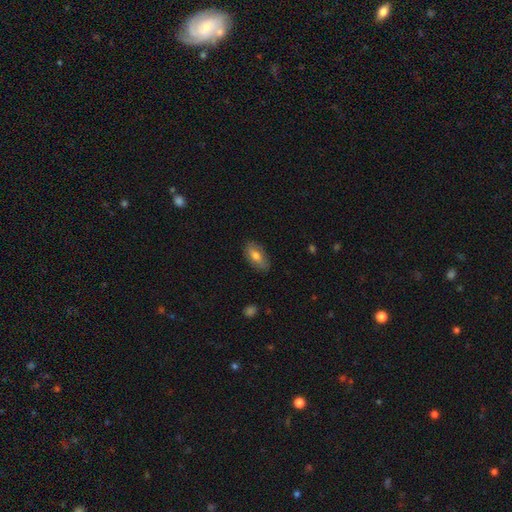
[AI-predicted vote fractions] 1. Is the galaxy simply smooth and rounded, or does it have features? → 69% smooth, 25% featured or disk, 7% star or artifact.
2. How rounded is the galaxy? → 90% in between, 6% cigar-shaped, 4% round.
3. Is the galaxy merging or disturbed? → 81% none, 15% minor disturbance, 3% major disturbance, 1% merger.